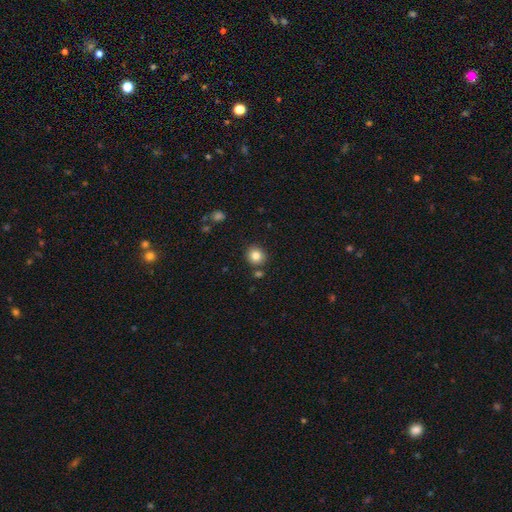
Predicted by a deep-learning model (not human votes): Overall: smooth (83%). How rounded: round (86%). Merging: none (83%).